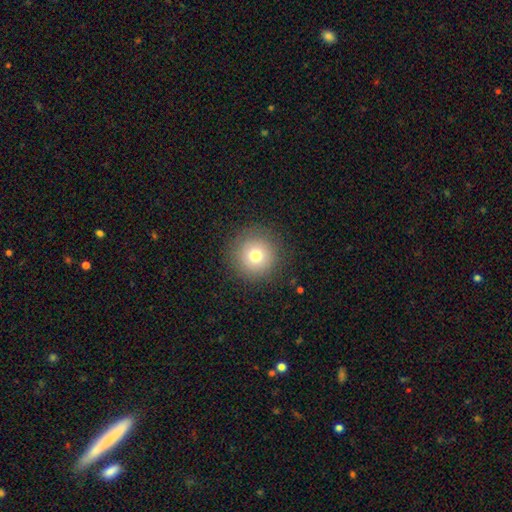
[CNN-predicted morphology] smooth_or_featured: smooth (p=0.76) [alt: star or artifact p=0.13]
how_rounded: round (p=0.96) [alt: in between p=0.03]
merging: none (p=0.89) [alt: minor disturbance p=0.07]